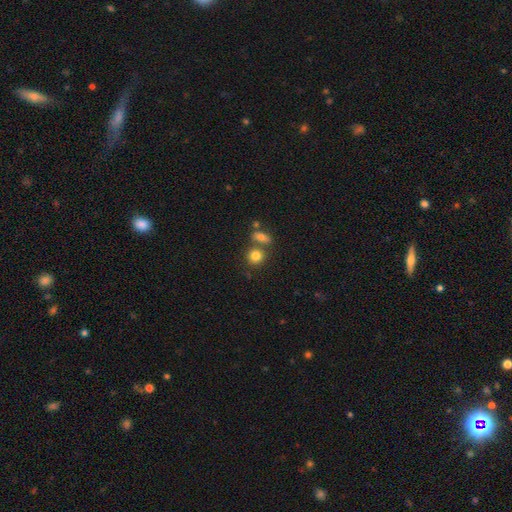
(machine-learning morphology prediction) This is clearly a smooth galaxy (80%). How rounded: likely round (78%). Merging: possibly none (58%).